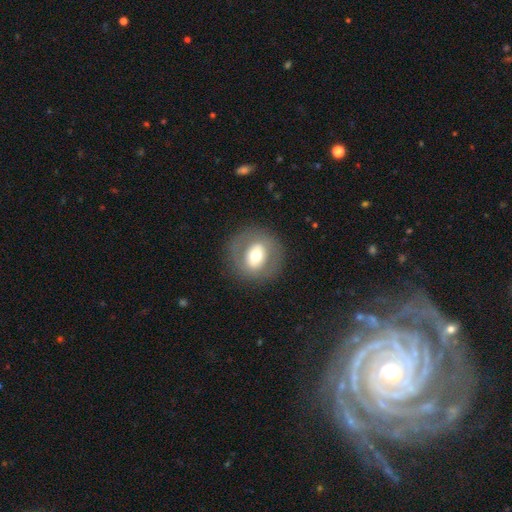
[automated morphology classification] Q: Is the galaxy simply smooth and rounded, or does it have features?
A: smooth — 50%.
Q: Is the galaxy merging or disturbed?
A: none — 83%.